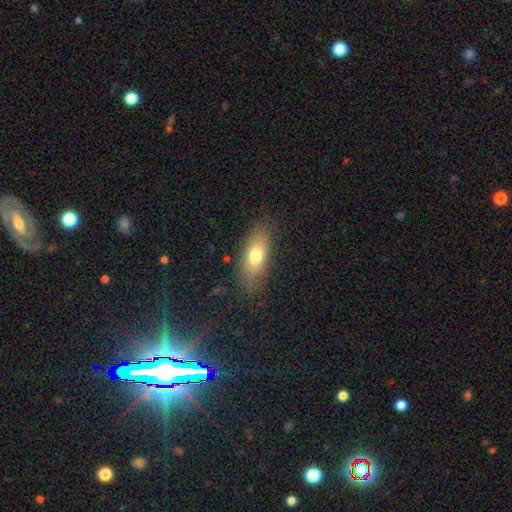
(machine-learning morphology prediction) A smooth galaxy with no disk features (72%) that is in between round and cigar-shaped (82%). Merging: none (79%).